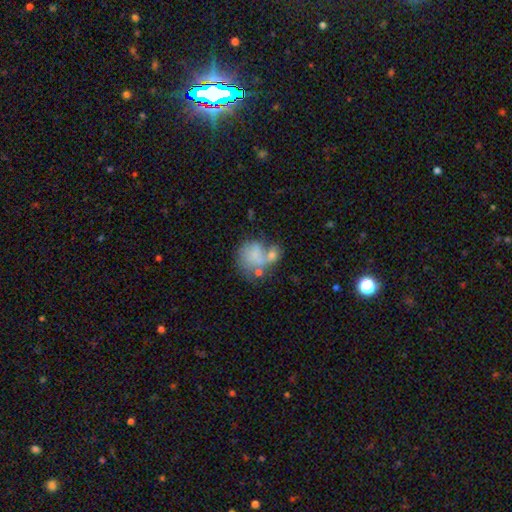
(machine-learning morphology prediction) The model was most divided on "how rounded": round: 50%, in between: 49%, cigar-shaped: 1%. Remaining: smooth or featured — smooth (60%); merging — merger (38%).